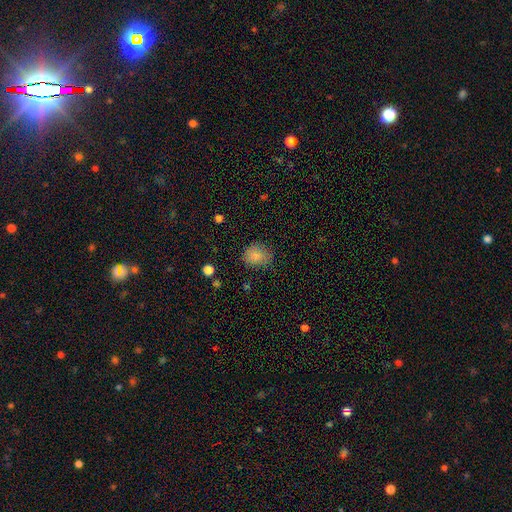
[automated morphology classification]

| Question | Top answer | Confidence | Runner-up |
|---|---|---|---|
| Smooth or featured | smooth | 84% | star or artifact (10%) |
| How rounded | round | 56% | in between (43%) |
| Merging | none | 71% | minor disturbance (22%) |